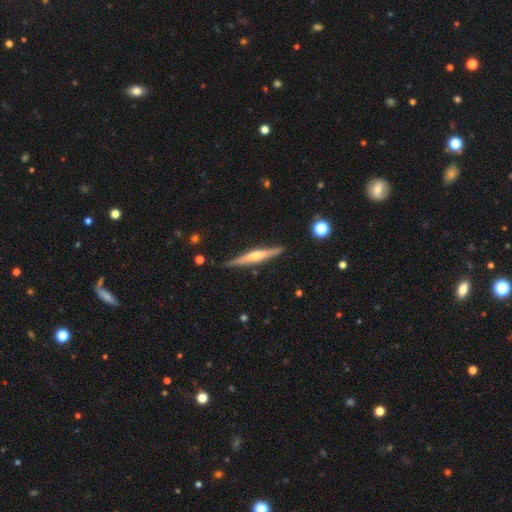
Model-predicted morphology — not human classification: Smooth or featured? featured or disk (72%)
Edge-on disk? yes (97%)
Edge-on bulge? rounded (82%)
Merging? none (88%)